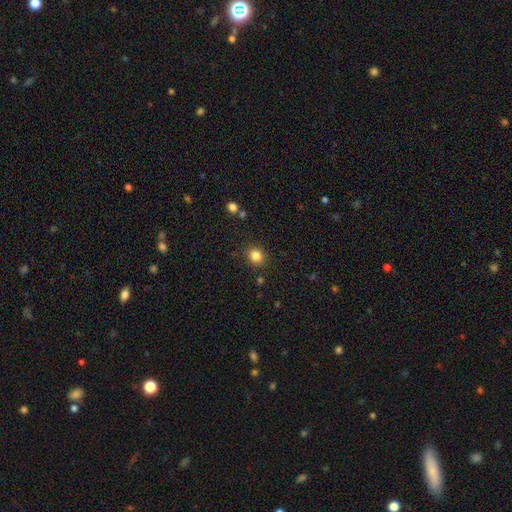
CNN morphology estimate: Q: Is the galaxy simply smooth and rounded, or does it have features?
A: smooth — 84%.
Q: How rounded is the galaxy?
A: round — 78%.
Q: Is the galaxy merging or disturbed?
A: none — 87%.